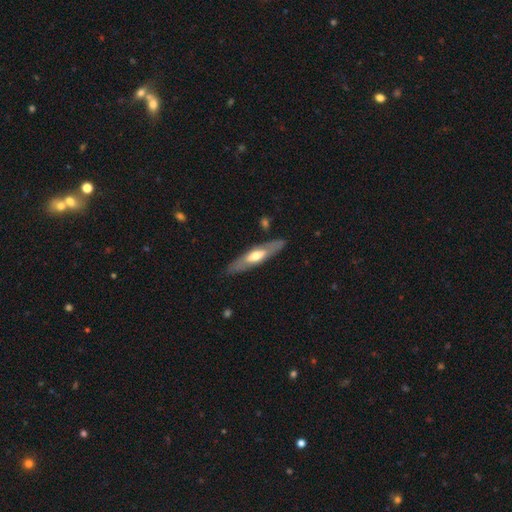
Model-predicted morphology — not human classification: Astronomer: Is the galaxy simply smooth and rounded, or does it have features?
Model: featured or disk — 55% (runner-up: smooth, 40%).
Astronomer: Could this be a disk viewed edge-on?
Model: yes — 60% (runner-up: no, 40%).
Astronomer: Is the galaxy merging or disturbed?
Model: none — 83%.